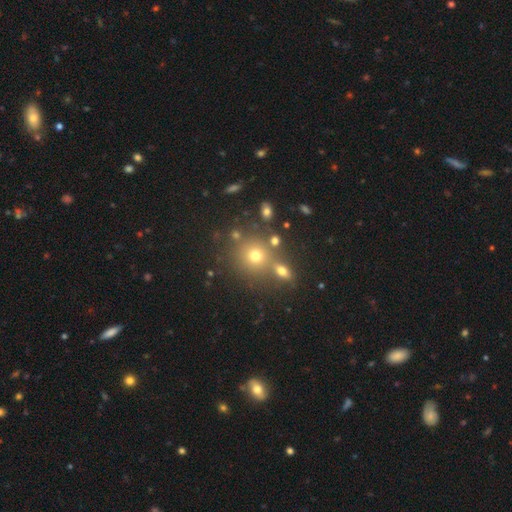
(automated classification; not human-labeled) smooth-or-featured: smooth: 66% | star or artifact: 20% | featured or disk: 13%
  how-rounded: round: 88% | in between: 11% | cigar-shaped: 1%
  merging: none: 66% | merger: 21% | minor disturbance: 9% | major disturbance: 4%